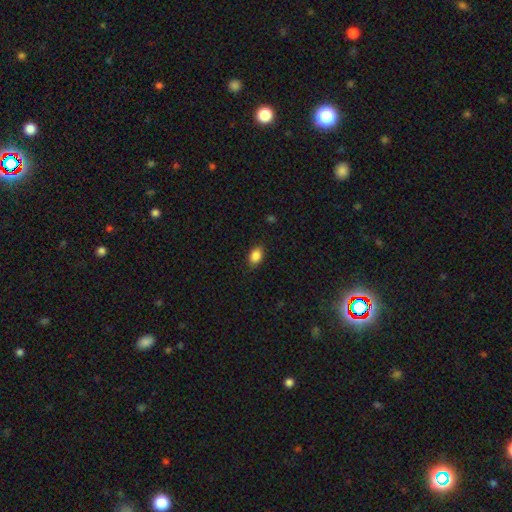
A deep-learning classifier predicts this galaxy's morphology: smooth-or-featured: smooth: 88% | star or artifact: 8% | featured or disk: 4%
  how-rounded: in between: 84% | round: 14% | cigar-shaped: 2%
  merging: none: 85% | minor disturbance: 12% | major disturbance: 3% | merger: 1%